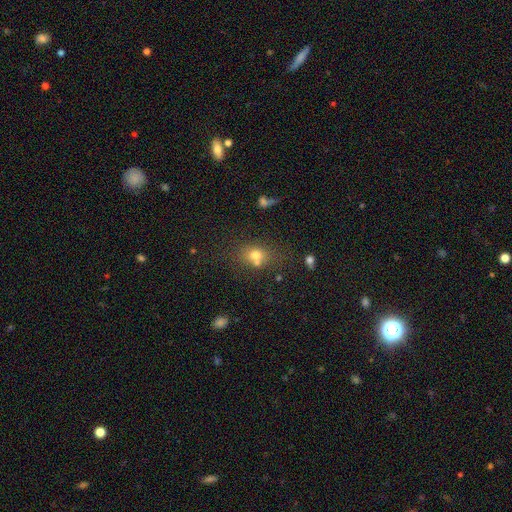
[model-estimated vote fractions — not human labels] Q: Smooth or featured?
A: smooth (69%); runner-up: star or artifact (16%)
Q: How rounded?
A: round (54%); runner-up: in between (45%)
Q: Merging?
A: none (49%); runner-up: merger (31%)